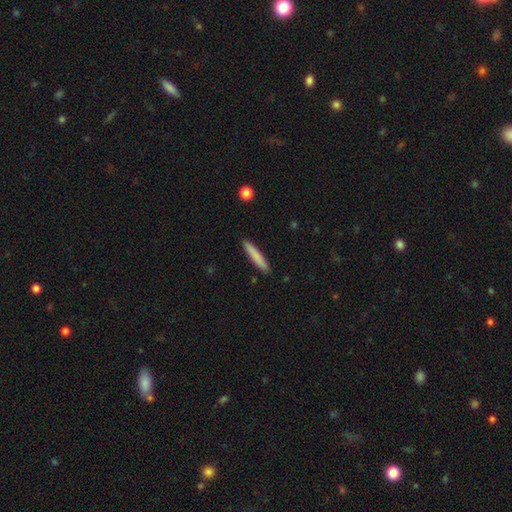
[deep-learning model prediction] A smooth galaxy with no disk features (81%) that is cigar-shaped (93%). Merging: none (90%).